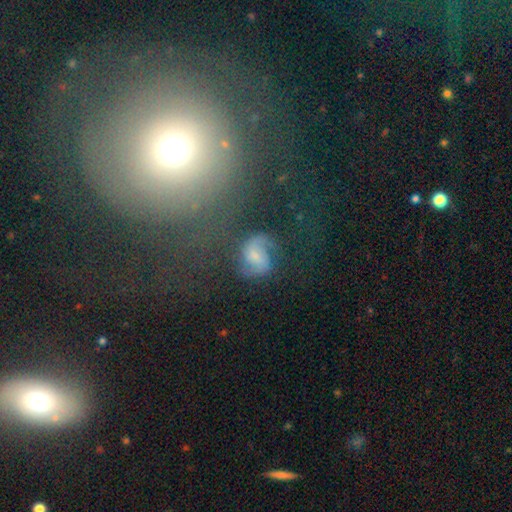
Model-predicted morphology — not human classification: The model was most divided on "bar": weak: 44%, no: 43%, strong: 12%. Remaining: edge-on disk — no (98%); spiral arms — yes (93%); spiral arm count — 2 (84%); smooth or featured — featured or disk (69%); merging — none (61%); spiral winding — medium (47%); bulge size — small (37%).